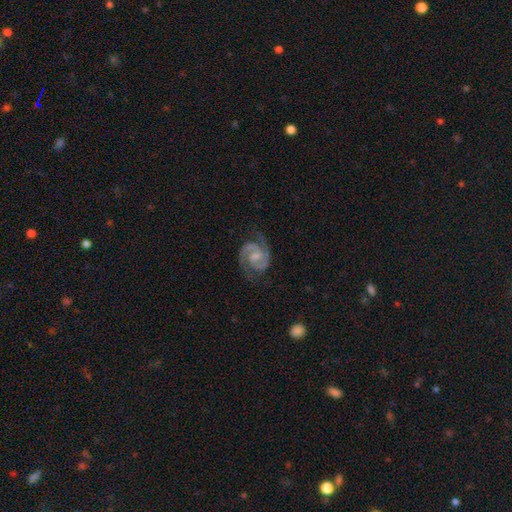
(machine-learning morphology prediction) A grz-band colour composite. It shows a featured or disk galaxy (92%) with a weak bar (49%), 2 (94%) medium (50%) spiral arms (99%) and a small central bulge (36%). Merging: none (79%).